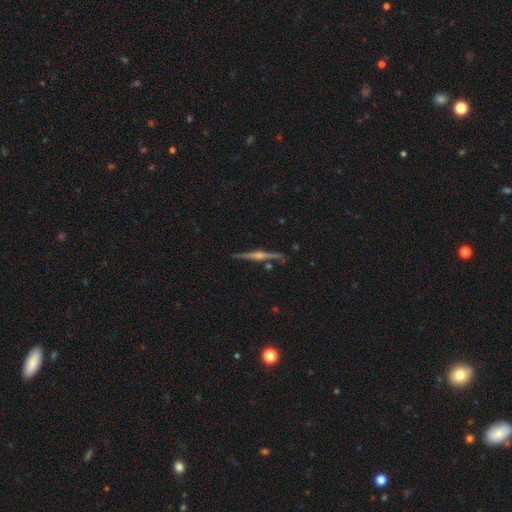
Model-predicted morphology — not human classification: Smooth or featured?
  - featured or disk: 82% *
  - smooth: 11%
  - star or artifact: 7%
Edge-on disk?
  - yes: 98% *
  - no: 2%
Edge-on bulge?
  - rounded: 81% *
  - boxy: 10%
  - none: 10%
Merging?
  - none: 85% *
  - minor disturbance: 9%
  - merger: 3%
  - major disturbance: 2%